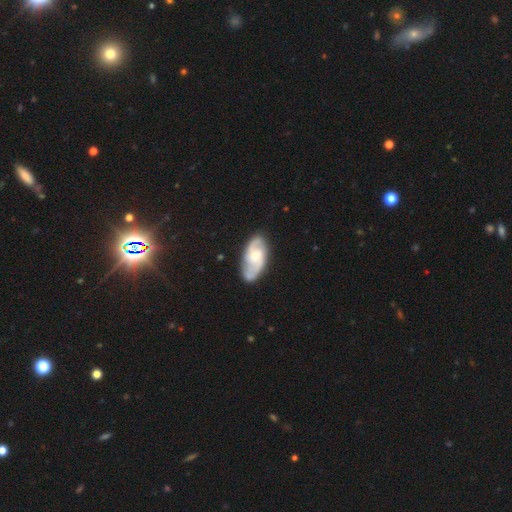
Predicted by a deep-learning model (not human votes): Smooth or featured?
  - featured or disk: 77% *
  - smooth: 18%
  - star or artifact: 5%
Edge-on disk?
  - no: 95% *
  - yes: 5%
Bar?
  - weak: 48% *
  - no: 43%
  - strong: 10%
Spiral arms?
  - yes: 94% *
  - no: 6%
Spiral winding?
  - medium: 50% *
  - tight: 26%
  - loose: 24%
Spiral arm count?
  - 2: 85% *
  - can't tell: 8%
  - 3: 3%
  - 1: 2%
  - 4: 1%
  - more than 4: 1%
Bulge size?
  - moderate: 50% *
  - small: 35%
  - large: 8%
  - none: 6%
  - dominant: 1%
Merging?
  - none: 80% *
  - minor disturbance: 14%
  - major disturbance: 4%
  - merger: 2%